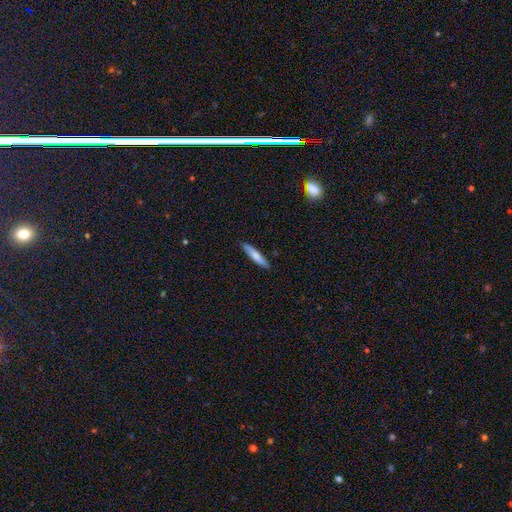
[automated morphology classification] Smooth or featured: smooth — 71% (featured or disk — 24%)
How rounded: cigar-shaped — 88% (in between — 11%)
Merging: none — 89% (minor disturbance — 9%)